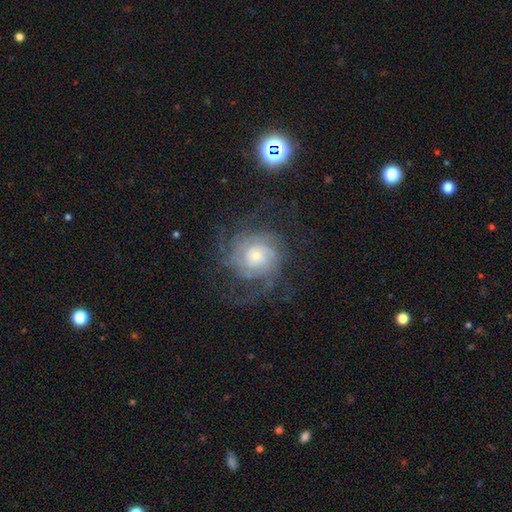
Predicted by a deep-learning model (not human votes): featured or disk 82%, smooth 10%, star or artifact 8%. Down the decision tree: edge-on disk — no (98%); bar — no (75%); spiral arms — yes (96%); spiral arm count — can't tell (35%); spiral winding — tight (63%); bulge size — small (46%); merging — none (67%).